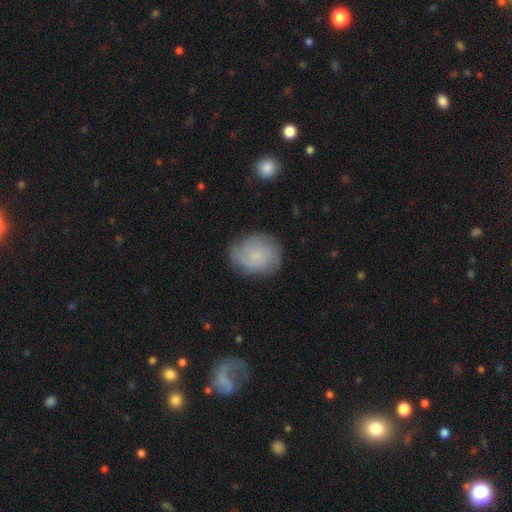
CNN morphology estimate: This is possibly a smooth galaxy (52%). How rounded: possibly round (60%). Merging: likely none (74%).